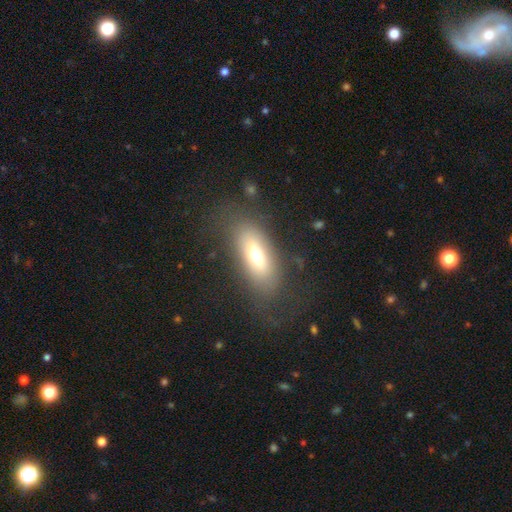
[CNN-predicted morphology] type=smooth (63%); roundness=in between (79%); merging=none (71%).